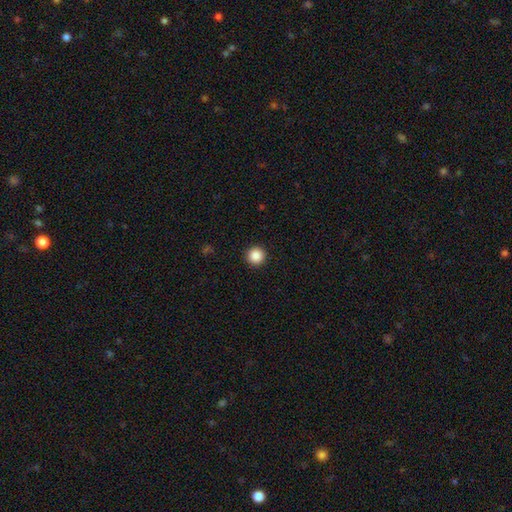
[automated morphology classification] Q: Smooth or featured?
A: smooth (87%); runner-up: star or artifact (10%)
Q: How rounded?
A: round (97%); runner-up: in between (2%)
Q: Merging?
A: none (94%); runner-up: minor disturbance (4%)